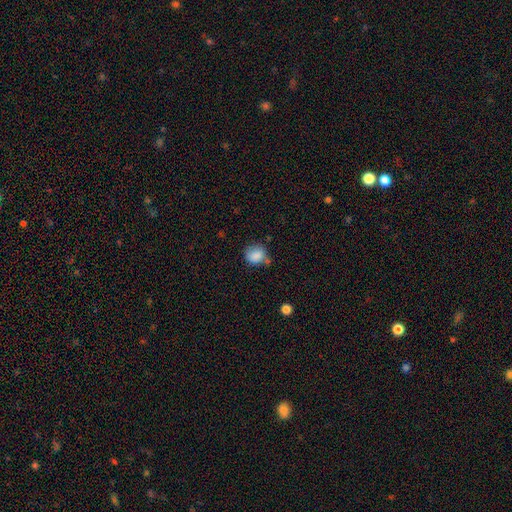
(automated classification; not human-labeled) smooth-or-featured: smooth: 84% | star or artifact: 9% | featured or disk: 7%
  how-rounded: round: 69% | in between: 30% | cigar-shaped: 1%
  merging: none: 57% | minor disturbance: 28% | major disturbance: 7% | merger: 7%